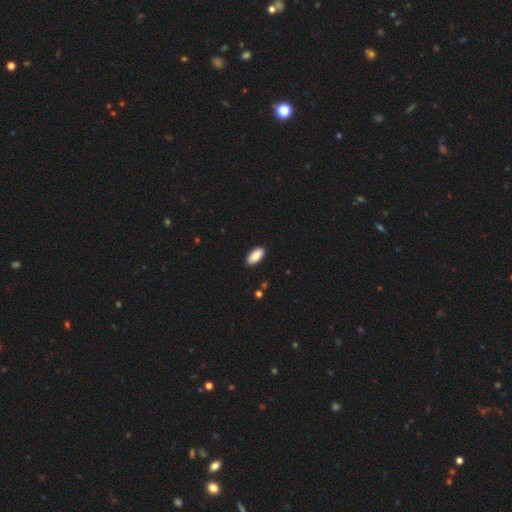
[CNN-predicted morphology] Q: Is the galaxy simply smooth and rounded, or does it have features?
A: smooth — 89%.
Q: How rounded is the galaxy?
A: in between — 92%.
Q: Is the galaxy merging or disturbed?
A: none — 89%.